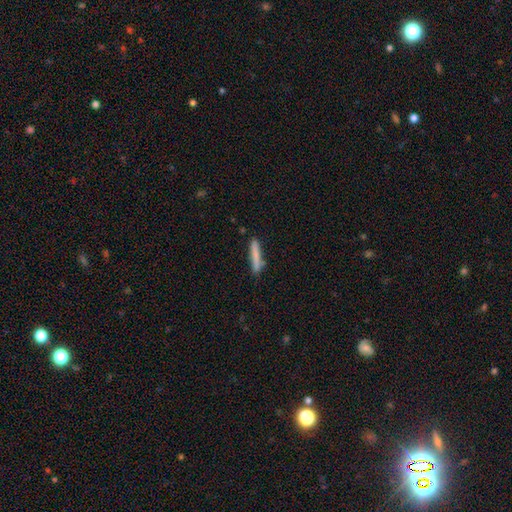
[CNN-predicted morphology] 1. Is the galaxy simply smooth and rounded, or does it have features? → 78% smooth, 16% featured or disk, 6% star or artifact.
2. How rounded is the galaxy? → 93% cigar-shaped, 5% in between, 1% round.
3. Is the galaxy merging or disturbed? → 83% none, 11% minor disturbance, 3% merger, 2% major disturbance.